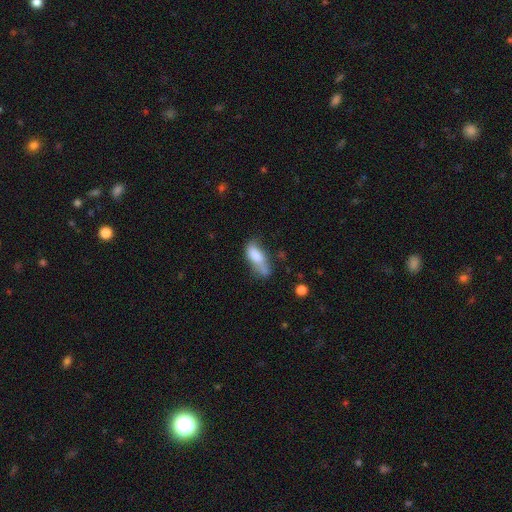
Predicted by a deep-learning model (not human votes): A smooth galaxy with no disk features (74%) that is in between round and cigar-shaped (74%).

Vote fractions:
- Smooth or featured? smooth: 74% / featured or disk: 18% / star or artifact: 8%
- How rounded? in between: 74% / cigar-shaped: 23% / round: 3%
- Merging? minor disturbance: 32% / none: 31% / major disturbance: 19% / merger: 18%